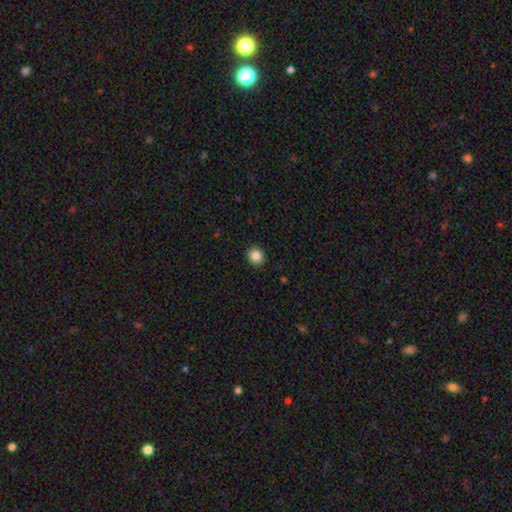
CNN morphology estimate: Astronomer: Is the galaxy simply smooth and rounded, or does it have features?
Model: smooth — 85%.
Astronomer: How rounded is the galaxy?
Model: round — 81%.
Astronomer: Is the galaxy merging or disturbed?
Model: none — 91%.